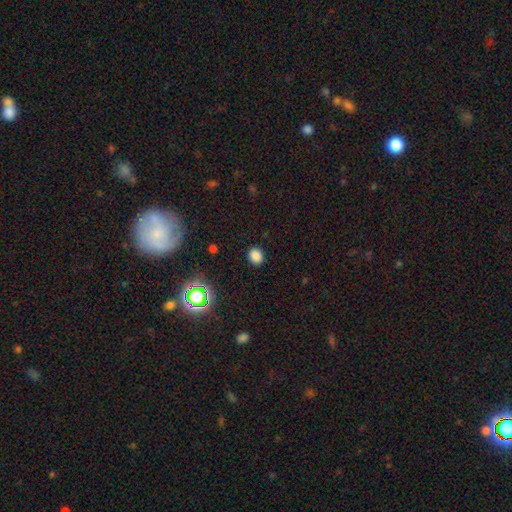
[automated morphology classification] Smooth or featured: smooth — 82% (star or artifact — 14%)
How rounded: round — 60% (in between — 39%)
Merging: none — 88% (minor disturbance — 8%)